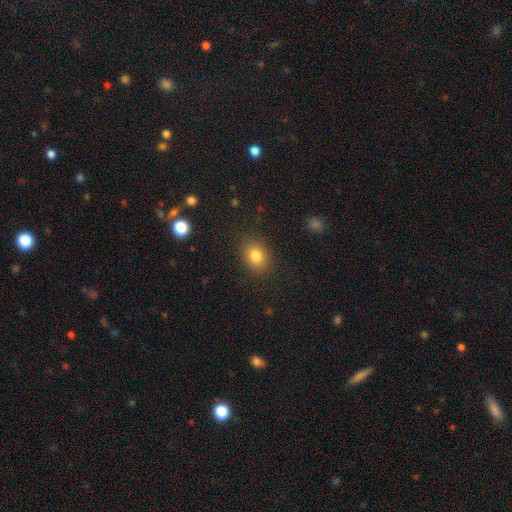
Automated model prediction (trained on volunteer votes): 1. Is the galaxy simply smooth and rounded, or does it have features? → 81% smooth, 11% star or artifact, 7% featured or disk.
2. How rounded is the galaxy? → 52% in between, 47% round, 1% cigar-shaped.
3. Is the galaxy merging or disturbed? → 86% none, 9% minor disturbance, 3% major disturbance, 1% merger.